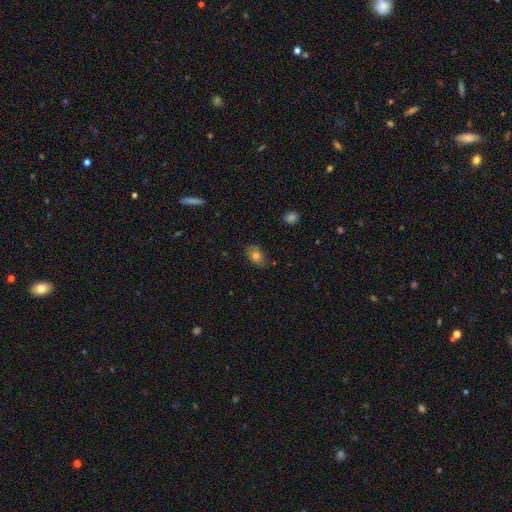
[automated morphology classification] This is likely a smooth galaxy (77%). How rounded: clearly in between (84%). Merging: clearly none (81%).